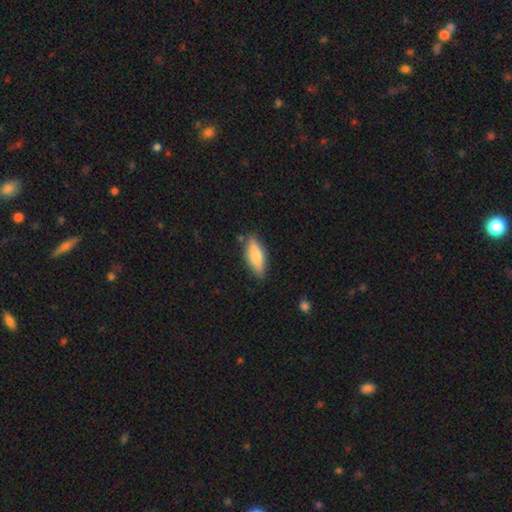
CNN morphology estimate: Smooth or featured?
  - smooth: 69% *
  - featured or disk: 25%
  - star or artifact: 6%
How rounded?
  - in between: 56% *
  - cigar-shaped: 42%
  - round: 2%
Merging?
  - none: 82% *
  - minor disturbance: 13%
  - major disturbance: 3%
  - merger: 2%